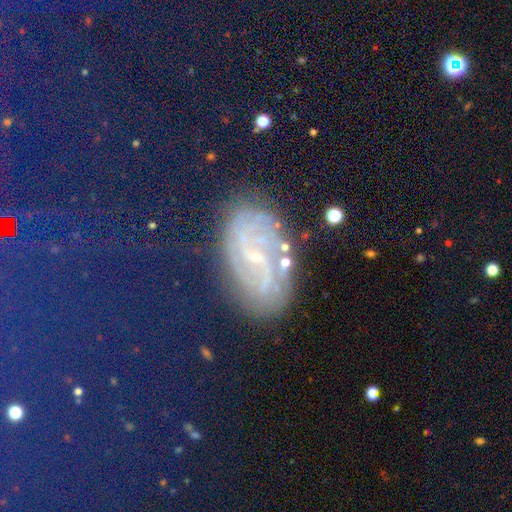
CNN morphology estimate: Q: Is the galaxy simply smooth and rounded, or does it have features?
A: featured or disk — 60%.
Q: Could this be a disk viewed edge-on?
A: no — 94%.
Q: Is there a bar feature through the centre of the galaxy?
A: weak — 48%.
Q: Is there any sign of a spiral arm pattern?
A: yes — 88%.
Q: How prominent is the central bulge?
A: small — 83%.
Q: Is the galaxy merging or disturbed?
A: none — 79%.